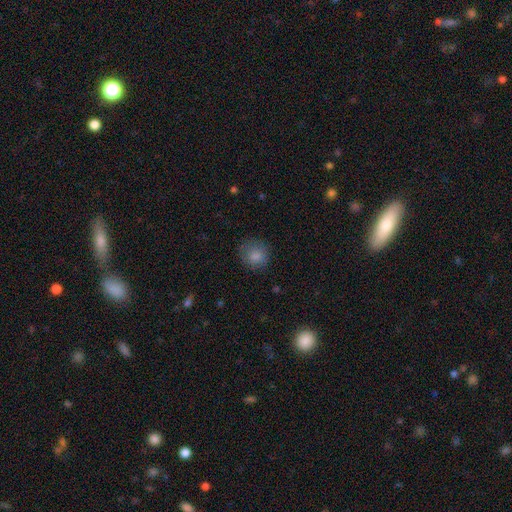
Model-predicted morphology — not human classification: smooth_or_featured: smooth (p=0.84) [alt: star or artifact p=0.10]
how_rounded: round (p=0.82) [alt: in between p=0.17]
merging: none (p=0.79) [alt: minor disturbance p=0.15]